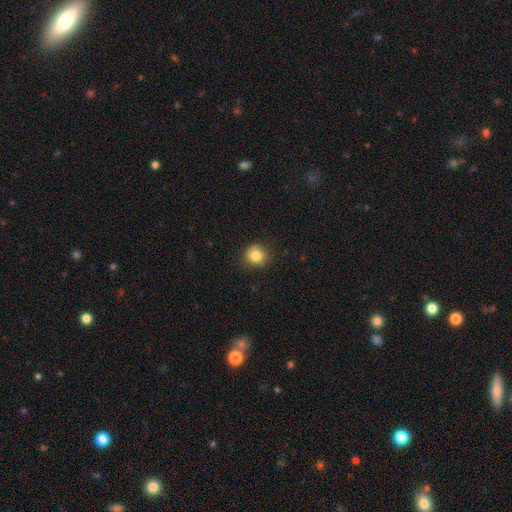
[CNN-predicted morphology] Q: Smooth or featured?
A: smooth (81%); runner-up: star or artifact (11%)
Q: How rounded?
A: round (90%); runner-up: in between (9%)
Q: Merging?
A: none (84%); runner-up: minor disturbance (12%)